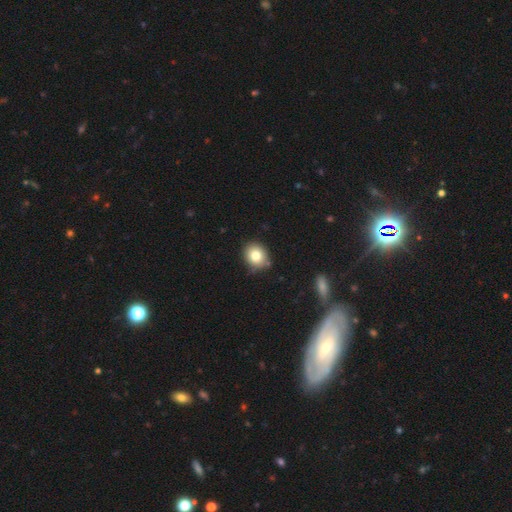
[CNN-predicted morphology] The model was most divided on "how rounded": round: 72%, in between: 27%, cigar-shaped: 1%. More confident: merging — none (81%); smooth or featured — smooth (80%).